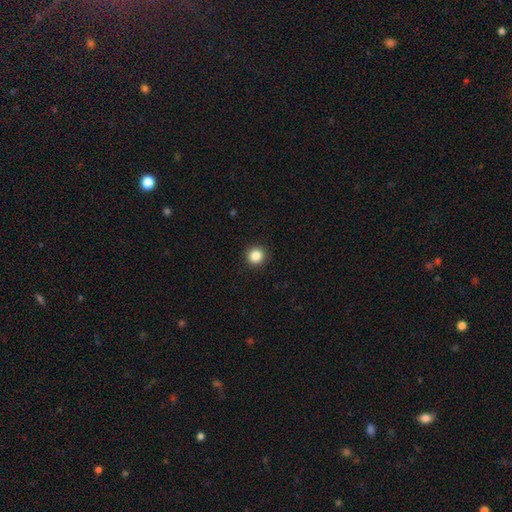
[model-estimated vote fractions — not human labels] Smooth or featured?
  - smooth: 86% *
  - star or artifact: 11%
  - featured or disk: 3%
How rounded?
  - round: 95% *
  - in between: 4%
  - cigar-shaped: 1%
Merging?
  - none: 93% *
  - minor disturbance: 5%
  - major disturbance: 2%
  - merger: 1%